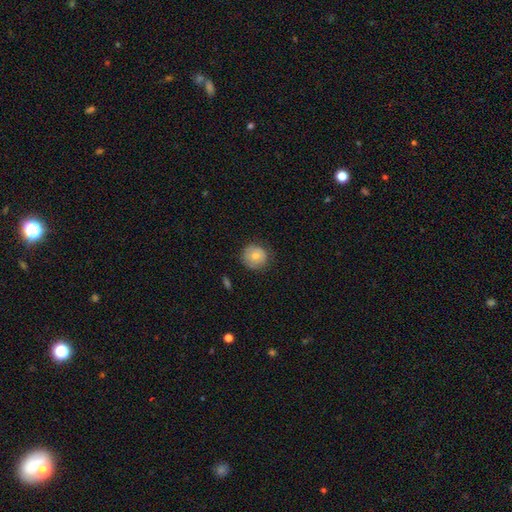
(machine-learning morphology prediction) A smooth galaxy with no disk features (72%) that is round (90%).

Vote fractions:
- Smooth or featured? smooth: 72% / featured or disk: 20% / star or artifact: 8%
- How rounded? round: 90% / in between: 10% / cigar-shaped: 1%
- Merging? none: 79% / minor disturbance: 16% / major disturbance: 3% / merger: 1%